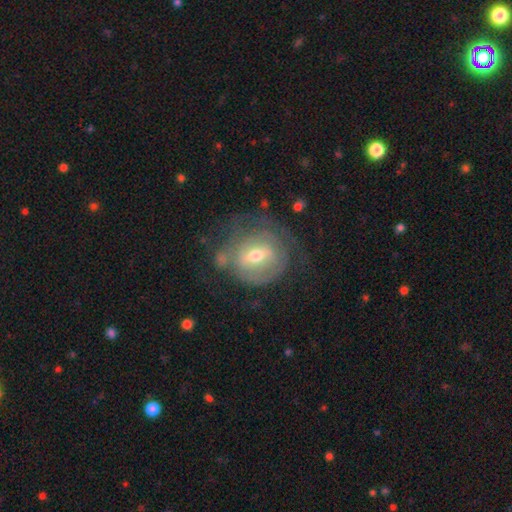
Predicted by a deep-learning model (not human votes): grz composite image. It shows a featured or disk galaxy (70%) with a weak bar (49%), spiral arms (65%) and a moderate central bulge (62%). Merging: none (57%).